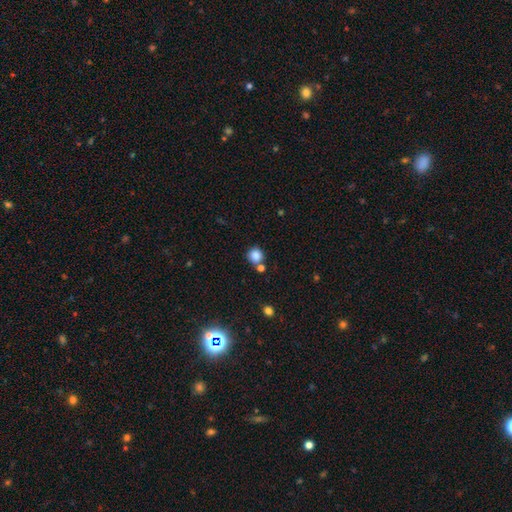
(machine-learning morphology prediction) Smooth or featured: smooth — 84% (star or artifact — 11%)
How rounded: round — 90% (in between — 9%)
Merging: none — 70% (merger — 16%)